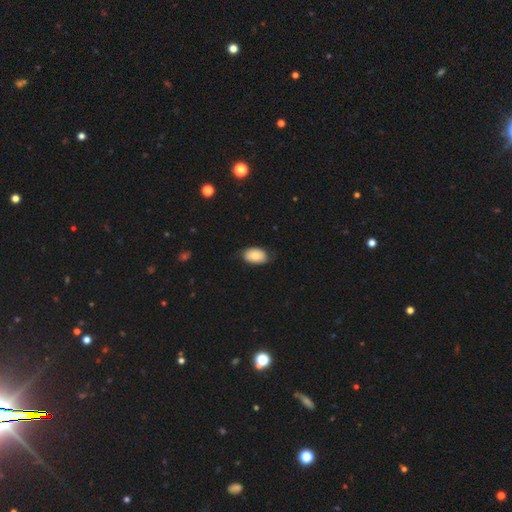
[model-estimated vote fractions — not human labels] smooth_or_featured: smooth (p=0.81) [alt: featured or disk p=0.13]
how_rounded: in between (p=0.89) [alt: round p=0.09]
merging: none (p=0.77) [alt: minor disturbance p=0.19]